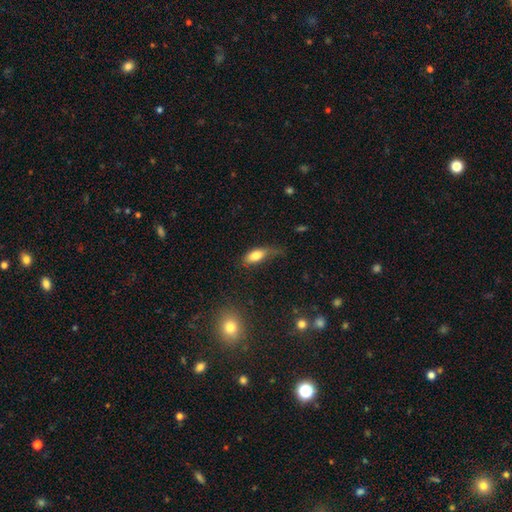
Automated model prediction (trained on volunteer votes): This appears to be a smooth galaxy with no disk features (78%) that is in between round and cigar-shaped (83%). Merging: none (38%).